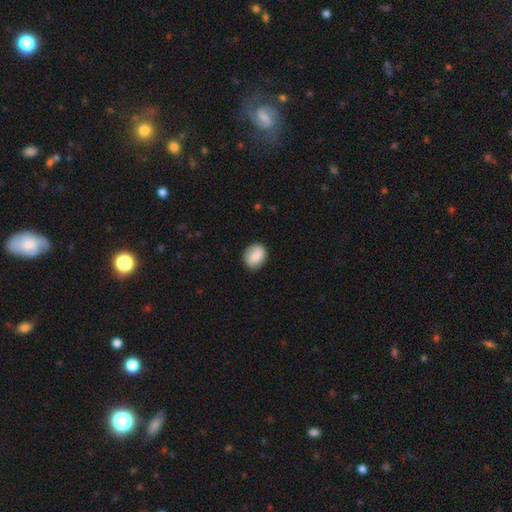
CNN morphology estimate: Overall: smooth (79%). How rounded: in between (53%; round 46%). Merging: none (82%).